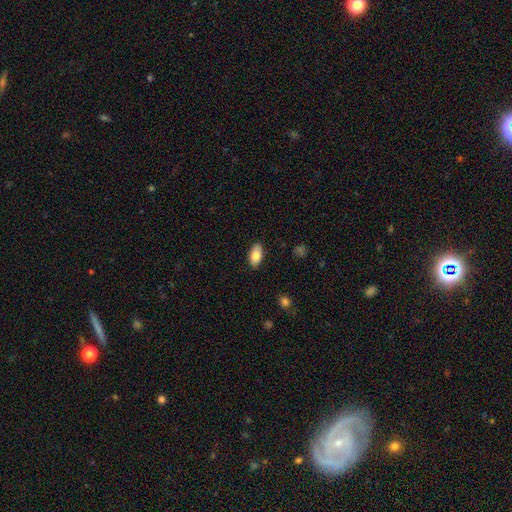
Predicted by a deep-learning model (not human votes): A smooth galaxy with no disk features (81%) that is in between round and cigar-shaped (92%). Merging: none (88%).